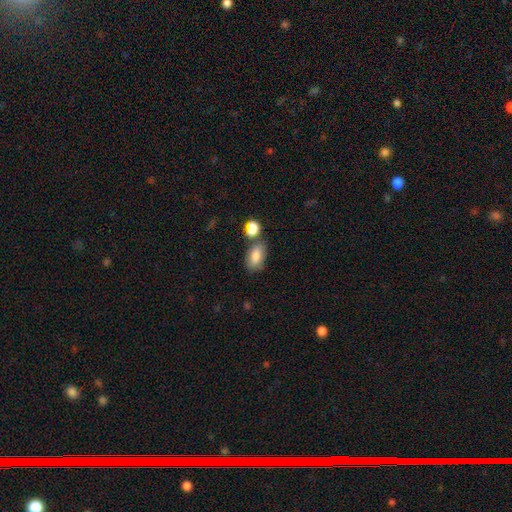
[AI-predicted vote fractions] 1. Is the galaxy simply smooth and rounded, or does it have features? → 82% smooth, 9% featured or disk, 8% star or artifact.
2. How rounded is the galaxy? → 90% in between, 7% round, 3% cigar-shaped.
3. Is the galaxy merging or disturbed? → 64% none, 16% minor disturbance, 15% merger, 5% major disturbance.